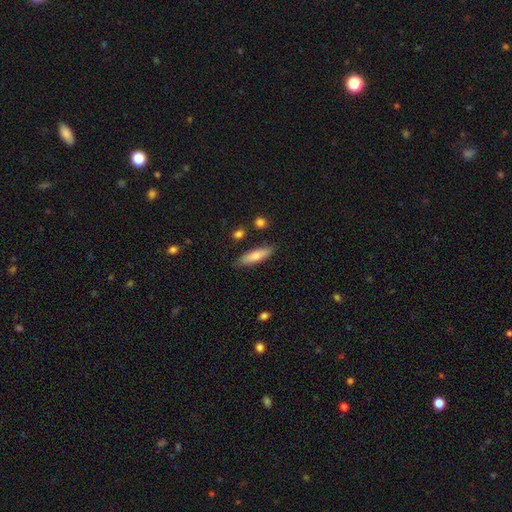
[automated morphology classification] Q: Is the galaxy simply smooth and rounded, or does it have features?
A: smooth — 72%.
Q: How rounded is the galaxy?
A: cigar-shaped — 64%.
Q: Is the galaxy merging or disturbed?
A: none — 84%.